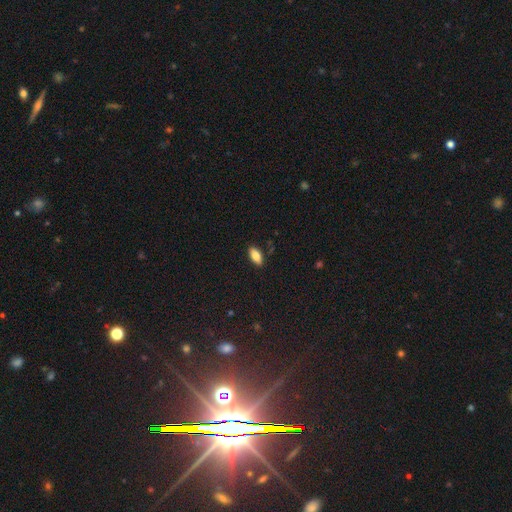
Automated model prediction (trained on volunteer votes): A smooth galaxy with no disk features (83%) that is in between round and cigar-shaped (87%). Merging: none (87%).